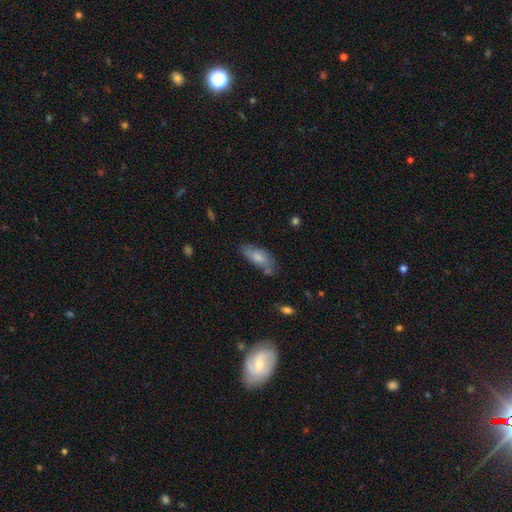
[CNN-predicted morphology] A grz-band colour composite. It shows a smooth galaxy with no disk features (67%) that is in between round and cigar-shaped (75%). Merging: none (68%).